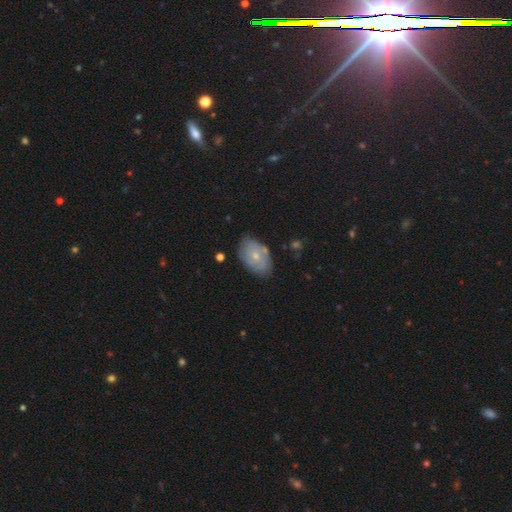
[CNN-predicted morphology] Smooth or featured? featured or disk (54%)
Edge-on disk? no (95%)
Bar? no (80%)
Spiral arms? yes (62%)
Bulge size? small (58%)
Merging? none (70%)